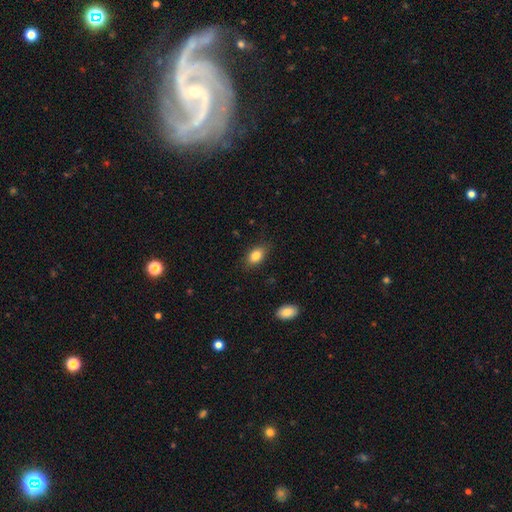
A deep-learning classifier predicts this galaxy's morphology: Q: Smooth or featured?
A: smooth (83%); runner-up: star or artifact (8%)
Q: How rounded?
A: in between (84%); runner-up: round (13%)
Q: Merging?
A: none (83%); runner-up: minor disturbance (13%)